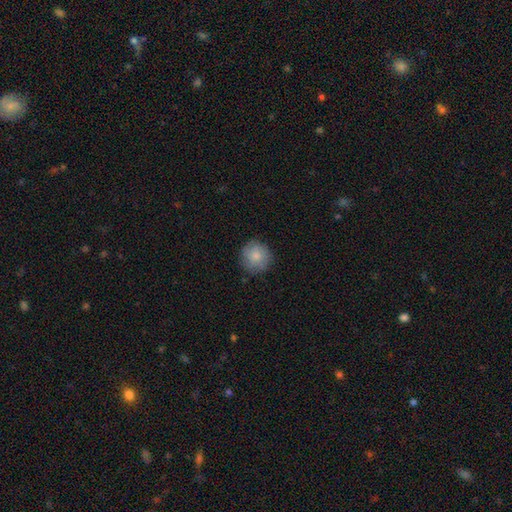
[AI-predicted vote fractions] Smooth or featured? smooth (82%)
How rounded? round (93%)
Merging? none (84%)